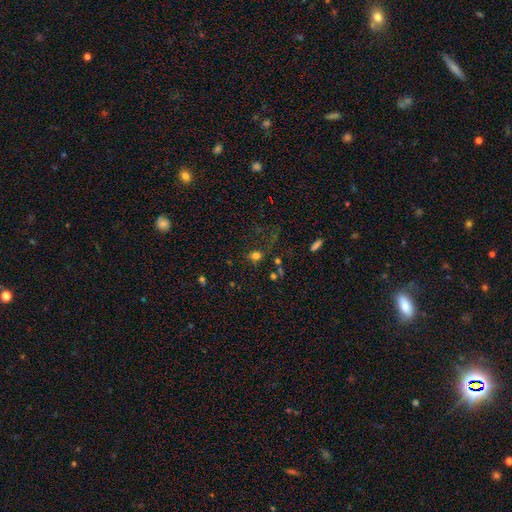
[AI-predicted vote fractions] Smooth or featured: smooth — 69% (star or artifact — 24%)
How rounded: round — 72% (in between — 27%)
Merging: none — 69% (minor disturbance — 14%)